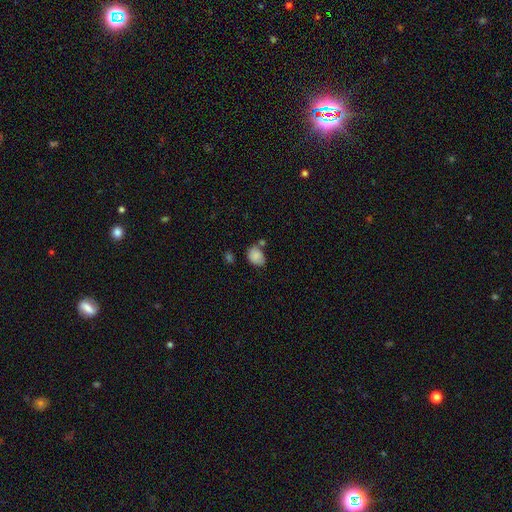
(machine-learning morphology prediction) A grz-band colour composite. It shows a smooth galaxy with no disk features (83%) that is in between round and cigar-shaped (71%). Merging: none (53%).